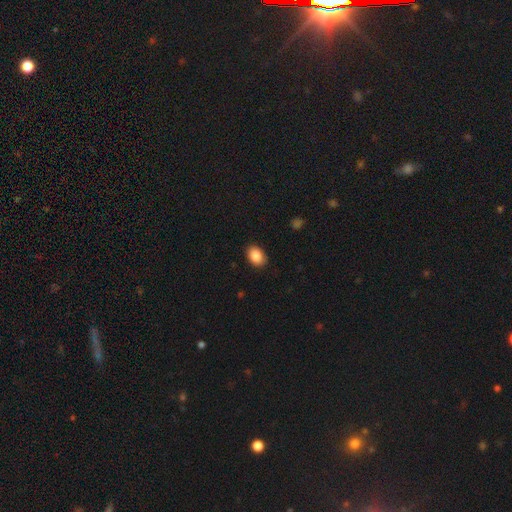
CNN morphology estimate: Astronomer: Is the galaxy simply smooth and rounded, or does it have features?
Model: smooth — 88%.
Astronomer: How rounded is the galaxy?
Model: in between — 80%.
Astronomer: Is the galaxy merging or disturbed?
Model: none — 88%.